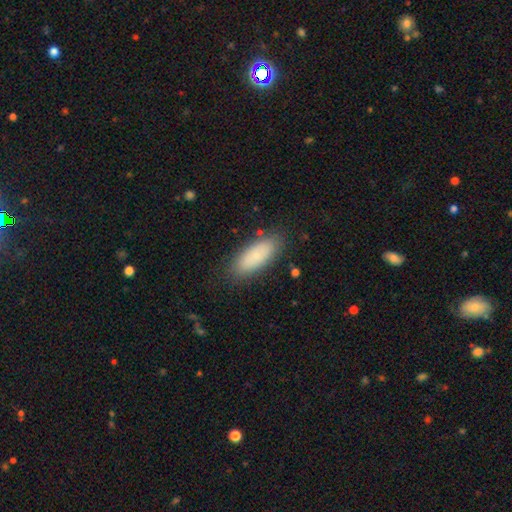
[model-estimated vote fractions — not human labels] This appears to be a smooth galaxy with no disk features (84%) that is in between round and cigar-shaped (76%). Merging: none (85%).